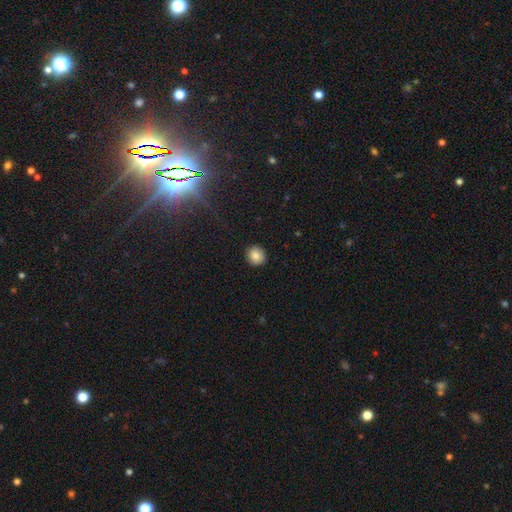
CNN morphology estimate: Q: Smooth or featured?
A: smooth (86%); runner-up: star or artifact (9%)
Q: How rounded?
A: round (86%); runner-up: in between (13%)
Q: Merging?
A: none (91%); runner-up: minor disturbance (6%)